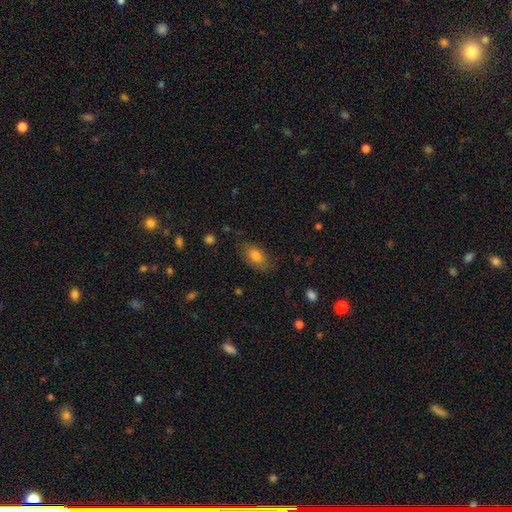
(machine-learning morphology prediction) Smooth or featured: smooth — 80% (featured or disk — 13%)
How rounded: in between — 90% (round — 7%)
Merging: none — 77% (minor disturbance — 17%)